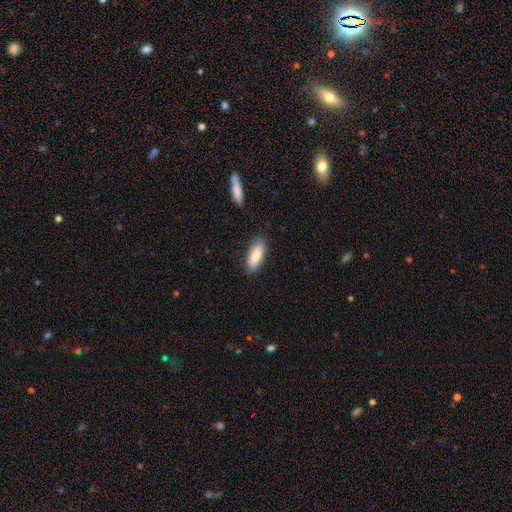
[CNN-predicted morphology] Smooth or featured?
  - smooth: 84% *
  - featured or disk: 10%
  - star or artifact: 6%
How rounded?
  - in between: 73% *
  - cigar-shaped: 26%
  - round: 2%
Merging?
  - none: 85% *
  - minor disturbance: 11%
  - major disturbance: 2%
  - merger: 2%